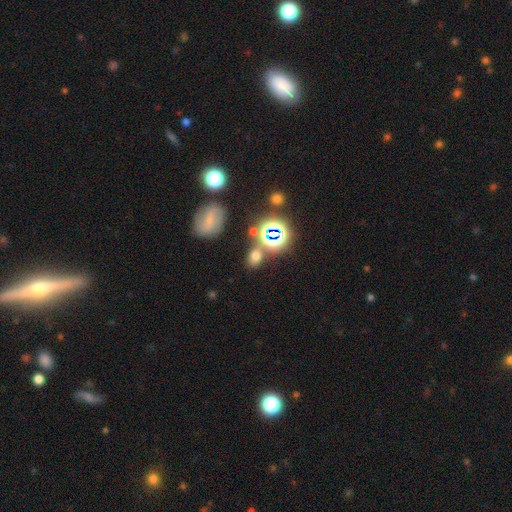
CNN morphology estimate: smooth 58%, star or artifact 31%, featured or disk 11%. Down the decision tree: how rounded — in between (58%); merging — none (68%).